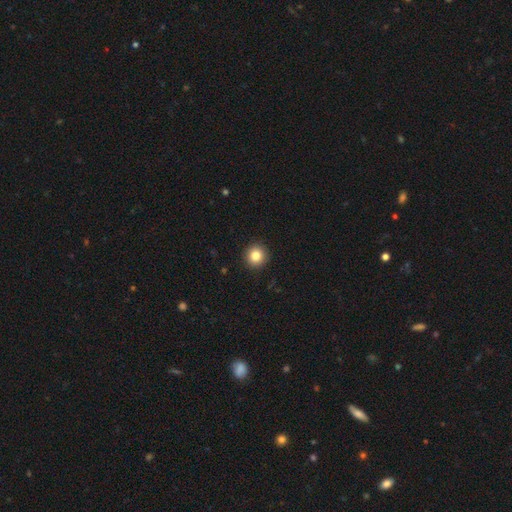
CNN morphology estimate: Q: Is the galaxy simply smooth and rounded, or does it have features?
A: smooth — 83%.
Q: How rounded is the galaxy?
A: round — 94%.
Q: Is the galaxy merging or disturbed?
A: none — 92%.